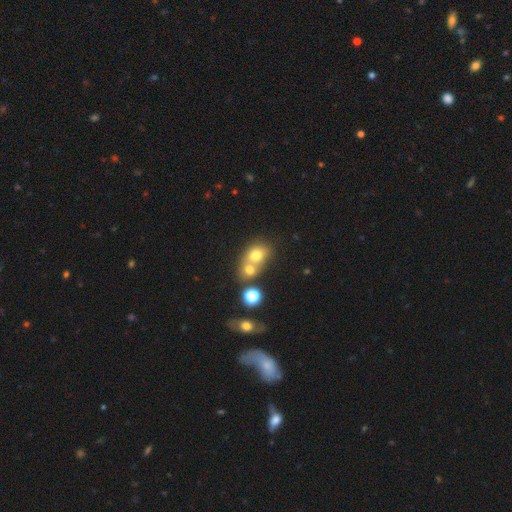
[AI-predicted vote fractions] A smooth galaxy with no disk features (71%) that is round (62%).

Vote fractions:
- Smooth or featured? smooth: 71% / featured or disk: 15% / star or artifact: 14%
- How rounded? round: 62% / in between: 37% / cigar-shaped: 1%
- Merging? merger: 58% / none: 31% / minor disturbance: 7% / major disturbance: 4%